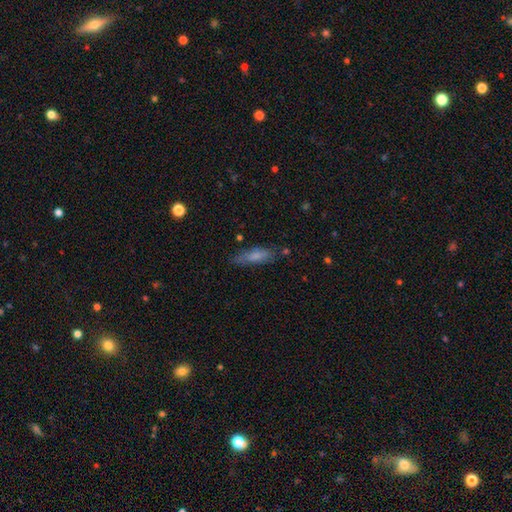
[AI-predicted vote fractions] smooth_or_featured: smooth (p=0.71) [alt: featured or disk p=0.21]
how_rounded: cigar-shaped (p=0.61) [alt: in between p=0.37]
merging: none (p=0.71) [alt: minor disturbance p=0.20]